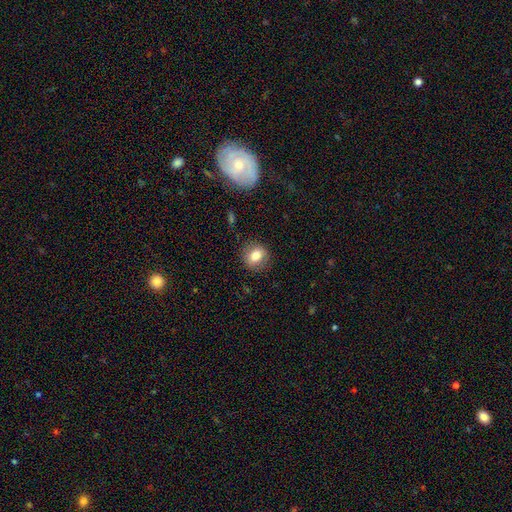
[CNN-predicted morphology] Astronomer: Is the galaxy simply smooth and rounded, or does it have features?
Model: smooth — 78%.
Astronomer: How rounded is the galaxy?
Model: round — 71%.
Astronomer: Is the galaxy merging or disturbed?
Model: none — 85%.